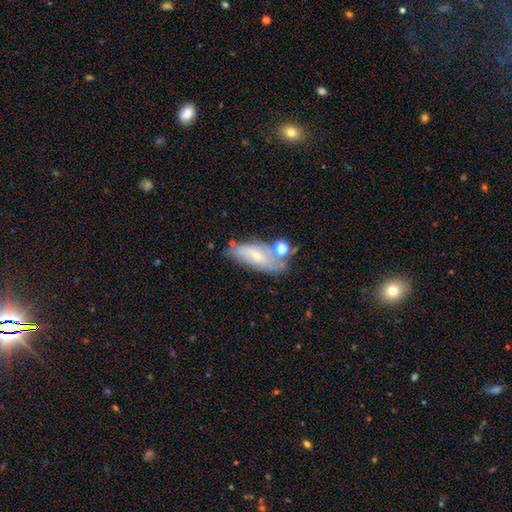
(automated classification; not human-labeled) A featured or disk galaxy (57%). Merging: none (49%).